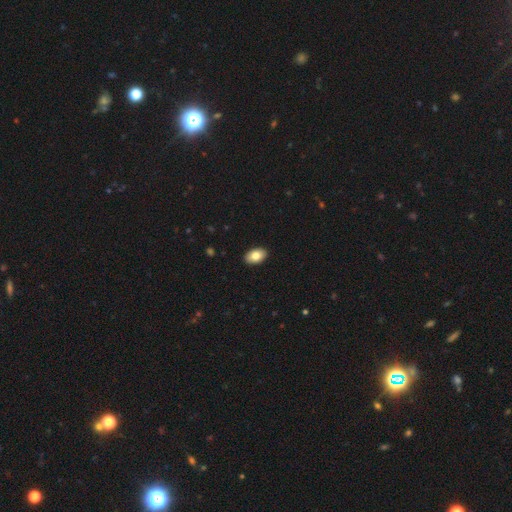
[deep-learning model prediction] This appears to be a smooth galaxy with no disk features (82%) that is in between round and cigar-shaped (91%). Merging: none (91%).